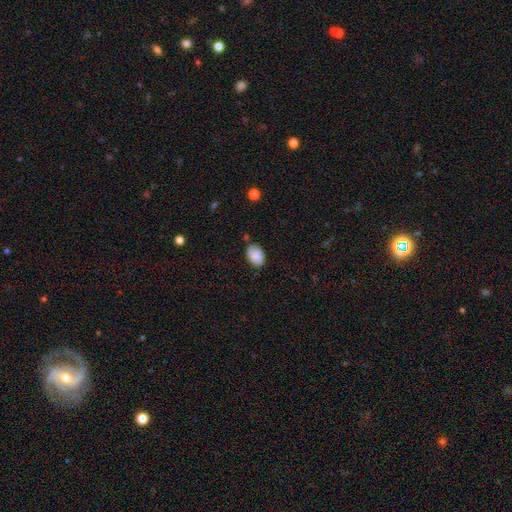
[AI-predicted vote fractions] A smooth galaxy with no disk features (79%) that is in between round and cigar-shaped (81%).

Vote fractions:
- Smooth or featured? smooth: 79% / featured or disk: 13% / star or artifact: 8%
- How rounded? in between: 81% / round: 18% / cigar-shaped: 1%
- Merging? none: 72% / minor disturbance: 21% / major disturbance: 4% / merger: 3%